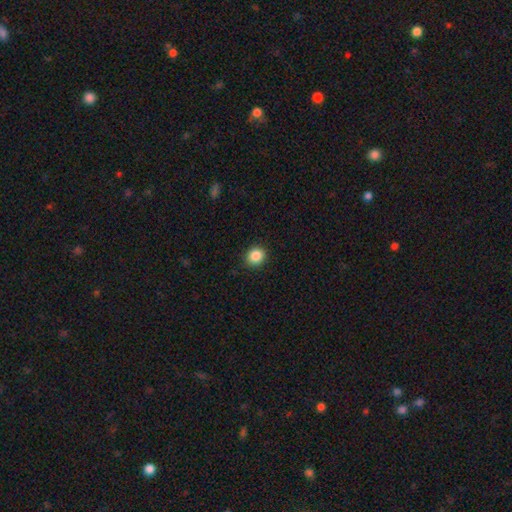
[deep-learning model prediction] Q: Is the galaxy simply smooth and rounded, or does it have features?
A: smooth — 87%.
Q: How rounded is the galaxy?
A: round — 80%.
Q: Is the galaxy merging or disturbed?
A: none — 90%.